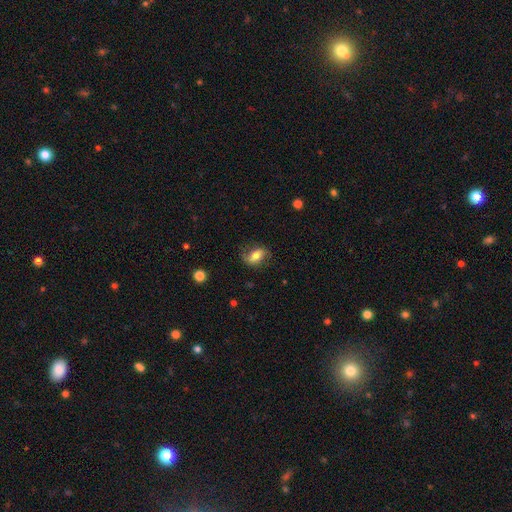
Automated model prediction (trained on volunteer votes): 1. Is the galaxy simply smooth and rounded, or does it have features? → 55% smooth, 37% featured or disk, 8% star or artifact.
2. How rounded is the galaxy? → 81% in between, 16% round, 3% cigar-shaped.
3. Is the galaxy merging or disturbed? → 67% none, 22% minor disturbance, 10% major disturbance, 1% merger.